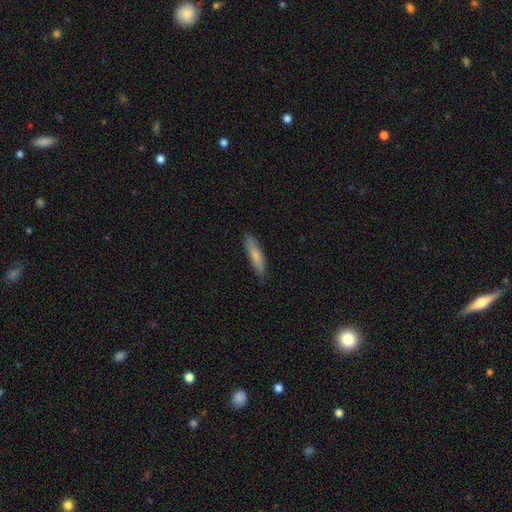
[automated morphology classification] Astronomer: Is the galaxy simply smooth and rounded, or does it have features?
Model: smooth — 79%.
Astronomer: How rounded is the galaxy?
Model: cigar-shaped — 81%.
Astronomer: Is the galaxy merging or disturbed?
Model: none — 86%.